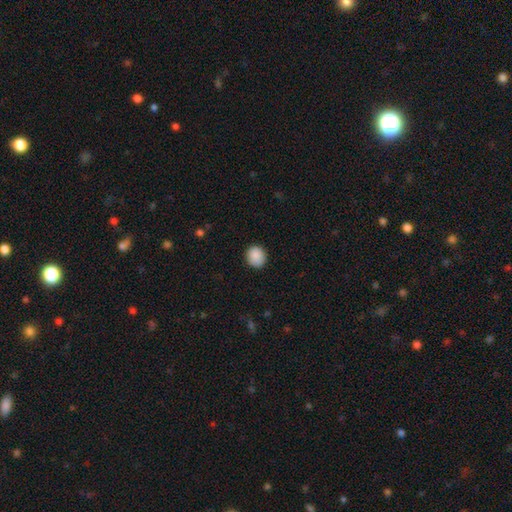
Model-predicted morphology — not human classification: This is clearly a smooth galaxy (89%). How rounded: likely round (79%). Merging: clearly none (85%).